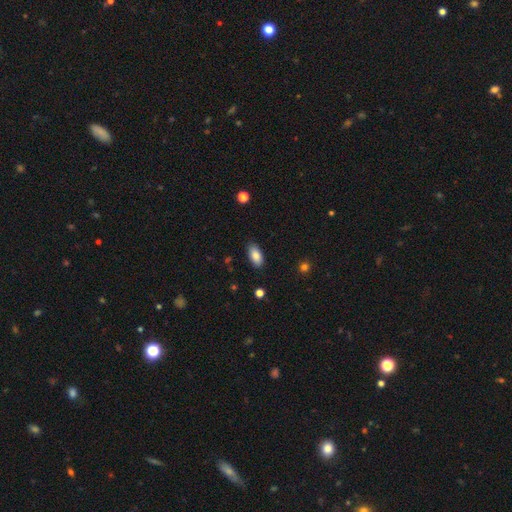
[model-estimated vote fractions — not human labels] A smooth galaxy with no disk features (85%) that is in between round and cigar-shaped (91%).

Vote fractions:
- Smooth or featured? smooth: 85% / featured or disk: 8% / star or artifact: 7%
- How rounded? in between: 91% / cigar-shaped: 6% / round: 3%
- Merging? none: 87% / minor disturbance: 10% / major disturbance: 2% / merger: 1%